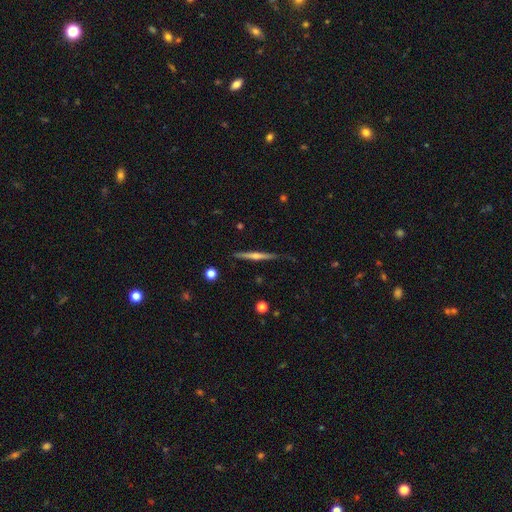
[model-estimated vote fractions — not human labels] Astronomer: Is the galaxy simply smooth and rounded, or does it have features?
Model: featured or disk — 69%.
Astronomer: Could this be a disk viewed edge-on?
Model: yes — 98%.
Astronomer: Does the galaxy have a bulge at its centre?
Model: rounded — 82%.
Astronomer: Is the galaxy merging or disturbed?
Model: none — 82%.